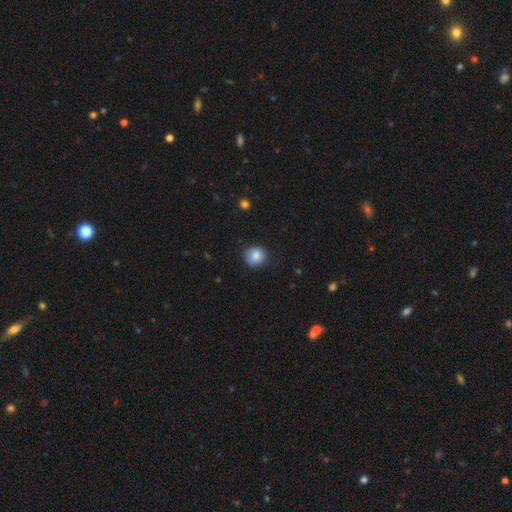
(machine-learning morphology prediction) Smooth or featured? smooth (82%)
How rounded? round (86%)
Merging? none (78%)